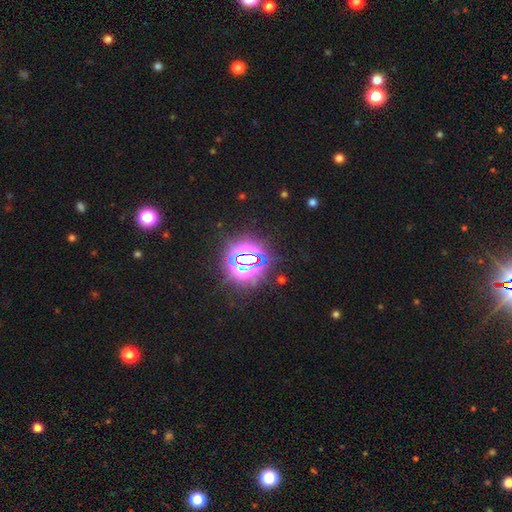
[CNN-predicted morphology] Smooth or featured? star or artifact (79%)